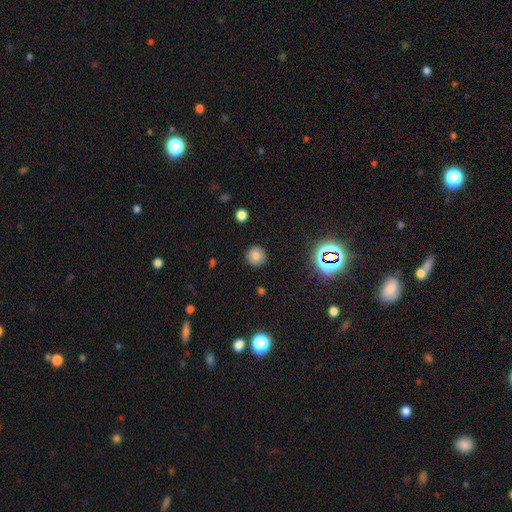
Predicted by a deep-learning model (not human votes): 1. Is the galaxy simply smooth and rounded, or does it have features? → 75% smooth, 15% star or artifact, 10% featured or disk.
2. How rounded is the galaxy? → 93% round, 6% in between, 1% cigar-shaped.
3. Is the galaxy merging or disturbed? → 90% none, 7% minor disturbance, 2% major disturbance, 1% merger.